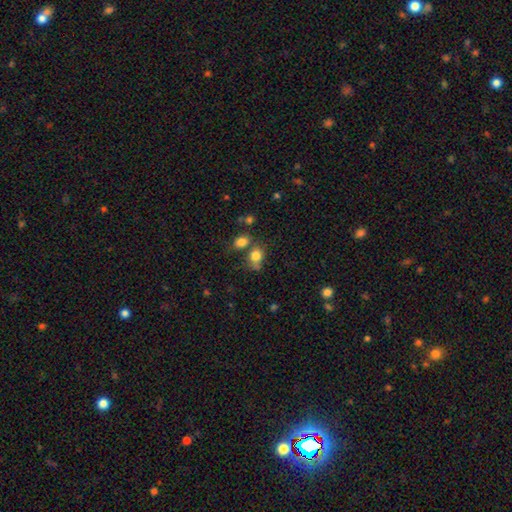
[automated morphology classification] This is clearly a smooth galaxy (81%). How rounded: possibly round (51%). Merging: possibly none (48%).